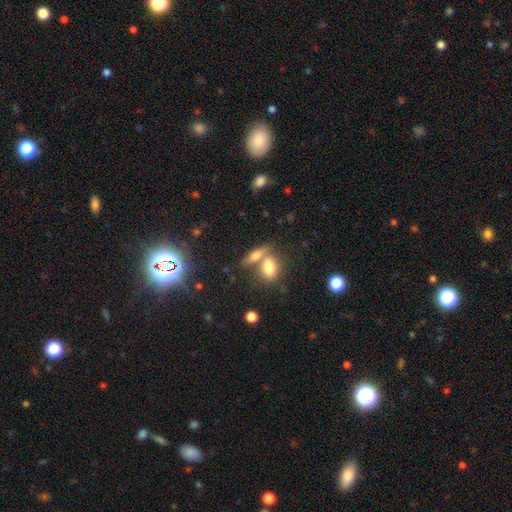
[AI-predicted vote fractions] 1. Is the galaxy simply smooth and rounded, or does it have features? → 70% smooth, 20% featured or disk, 10% star or artifact.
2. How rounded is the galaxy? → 69% in between, 21% cigar-shaped, 10% round.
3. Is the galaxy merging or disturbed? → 43% merger (tied), 43% none (tied), 10% minor disturbance, 4% major disturbance.